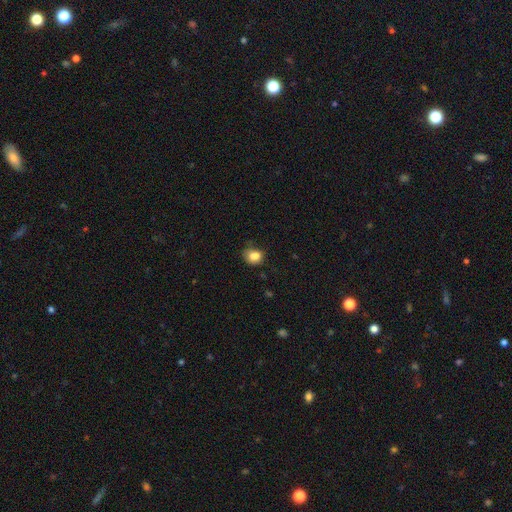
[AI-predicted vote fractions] This is clearly a smooth galaxy (83%). How rounded: likely round (61%). Merging: likely none (61%).